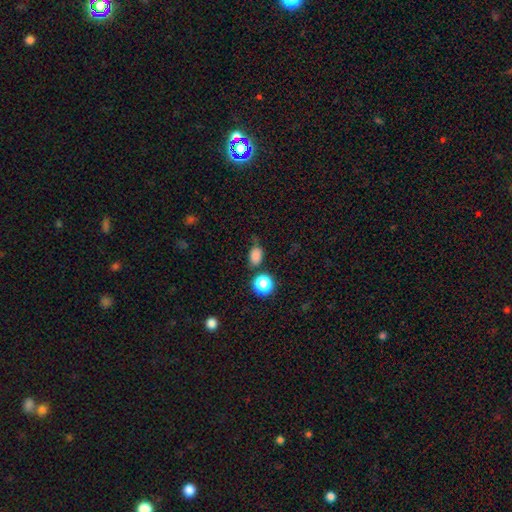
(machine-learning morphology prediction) This appears to be a smooth galaxy with no disk features (79%) that is in between round and cigar-shaped (68%). Merging: none (63%).